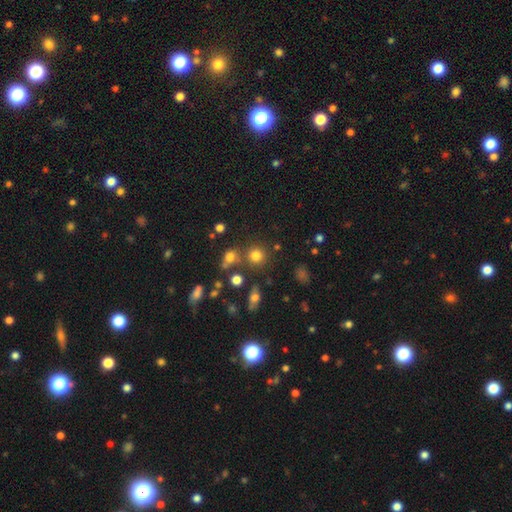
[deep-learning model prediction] Overall: smooth (76%). How rounded: round (89%). Merging: none (72%).